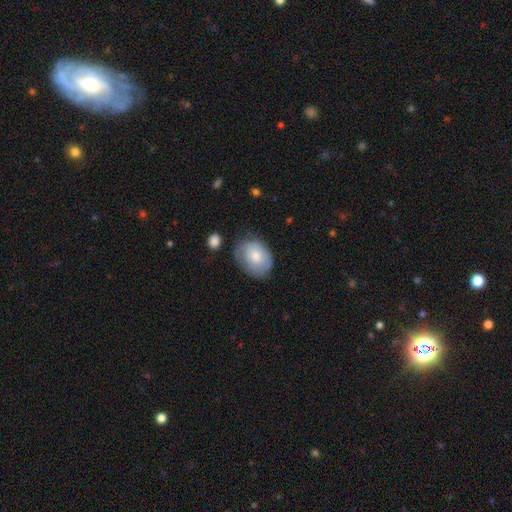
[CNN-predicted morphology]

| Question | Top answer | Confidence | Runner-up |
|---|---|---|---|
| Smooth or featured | smooth | 71% | featured or disk (23%) |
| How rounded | in between | 68% | round (31%) |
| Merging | none | 63% | minor disturbance (27%) |